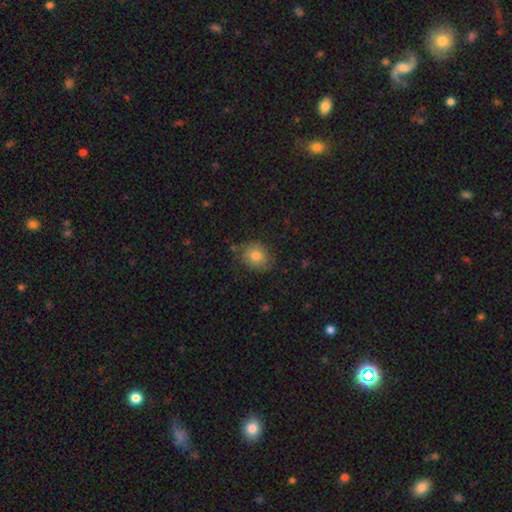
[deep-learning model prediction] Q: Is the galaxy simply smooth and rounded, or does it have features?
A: smooth — 77%.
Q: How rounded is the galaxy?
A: round — 64%.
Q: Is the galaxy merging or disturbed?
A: none — 75%.